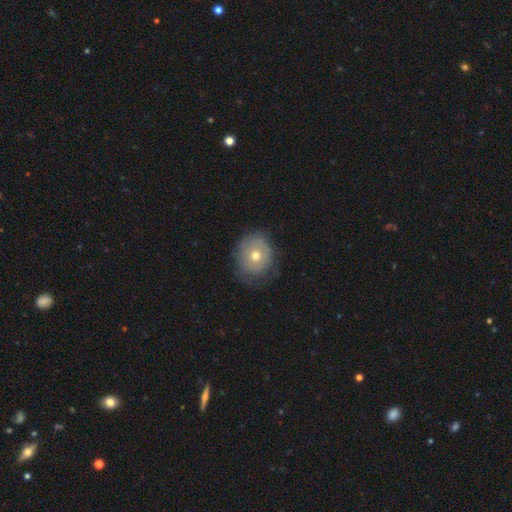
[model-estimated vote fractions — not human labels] This is possibly a smooth galaxy (53%). How rounded: likely round (70%). Merging: likely none (62%).